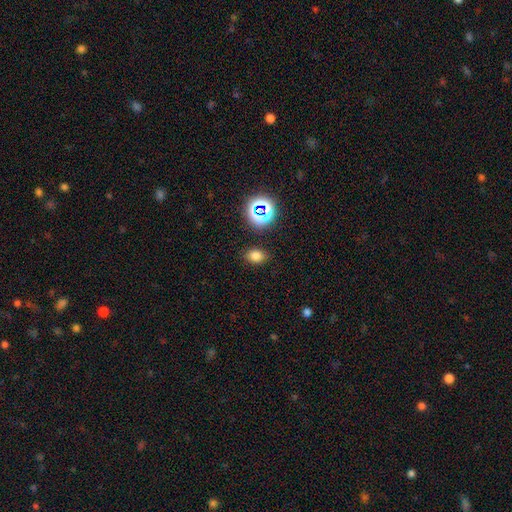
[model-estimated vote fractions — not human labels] A smooth galaxy with no disk features (75%) that is in between round and cigar-shaped (66%).

Vote fractions:
- Smooth or featured? smooth: 75% / star or artifact: 19% / featured or disk: 6%
- How rounded? in between: 66% / round: 32% / cigar-shaped: 1%
- Merging? none: 85% / minor disturbance: 10% / major disturbance: 3% / merger: 2%